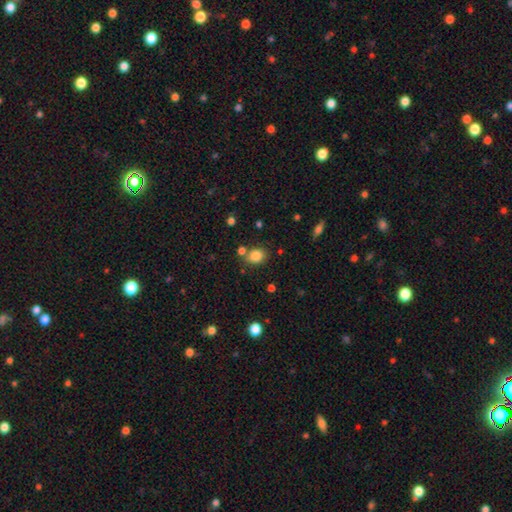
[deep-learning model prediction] Morphology: type=smooth (84%); roundness=in between (50%); merging=none (71%).